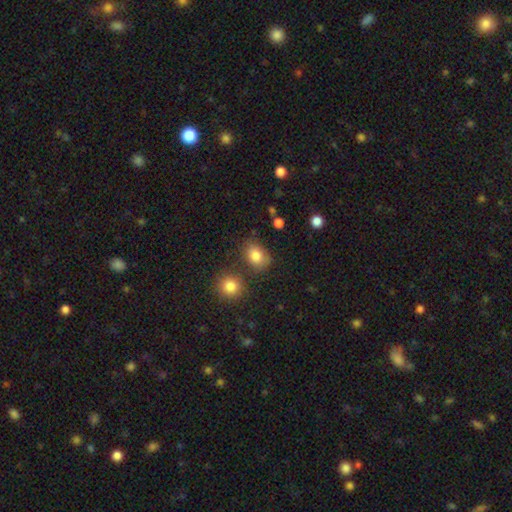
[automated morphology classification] This is clearly a smooth galaxy (82%). How rounded: likely in between (69%). Merging: likely none (72%).